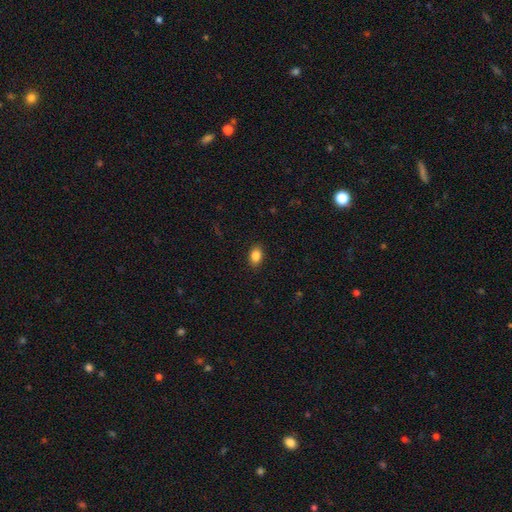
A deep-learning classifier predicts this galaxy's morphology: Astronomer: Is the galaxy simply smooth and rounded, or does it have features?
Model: smooth — 86%.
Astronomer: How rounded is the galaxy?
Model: in between — 81%.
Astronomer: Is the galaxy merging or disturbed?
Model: none — 88%.